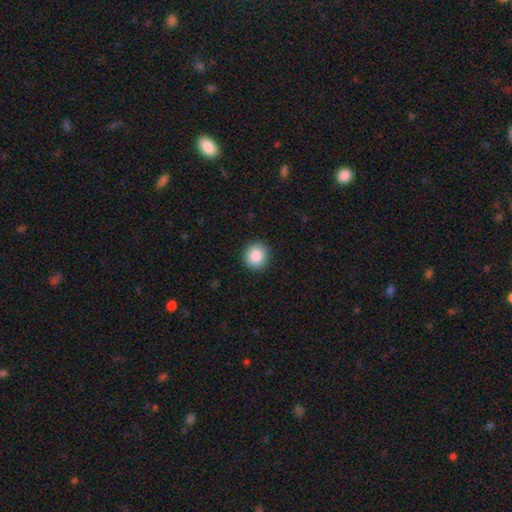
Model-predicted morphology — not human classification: A smooth galaxy with no disk features (87%) that is round (91%).

Vote fractions:
- Smooth or featured? smooth: 87% / star or artifact: 8% / featured or disk: 4%
- How rounded? round: 91% / in between: 8% / cigar-shaped: 1%
- Merging? none: 91% / minor disturbance: 6% / major disturbance: 2% / merger: 1%